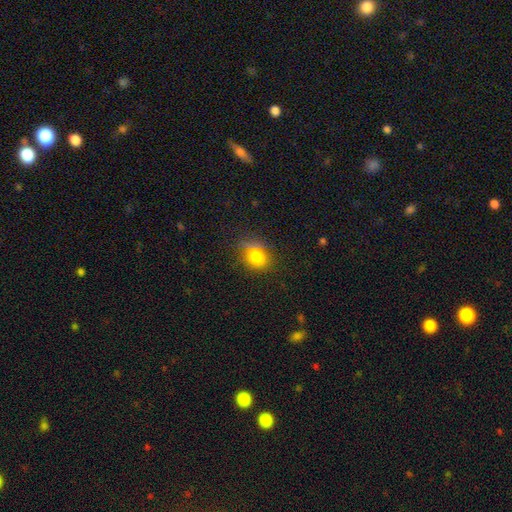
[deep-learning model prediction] smooth 76%, star or artifact 16%, featured or disk 8%. Down the decision tree: how rounded — round (52%); merging — none (75%).